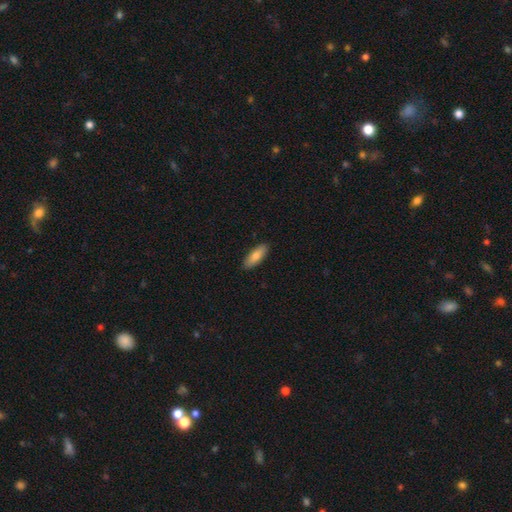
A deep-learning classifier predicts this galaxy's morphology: Smooth or featured? smooth (78%)
How rounded? in between (69%)
Merging? none (90%)